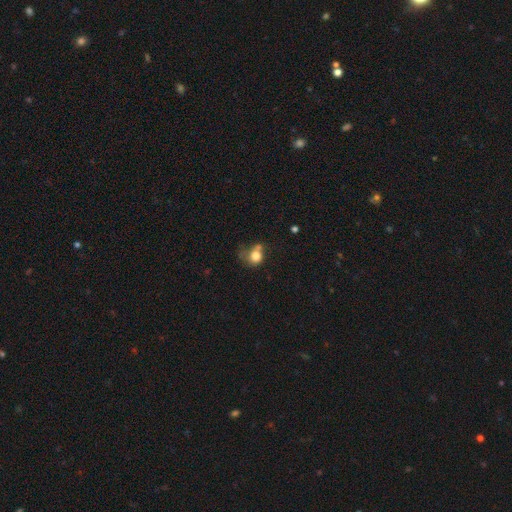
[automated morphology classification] This appears to be a smooth galaxy with no disk features (76%) that is round (67%). Merging: none (30%).